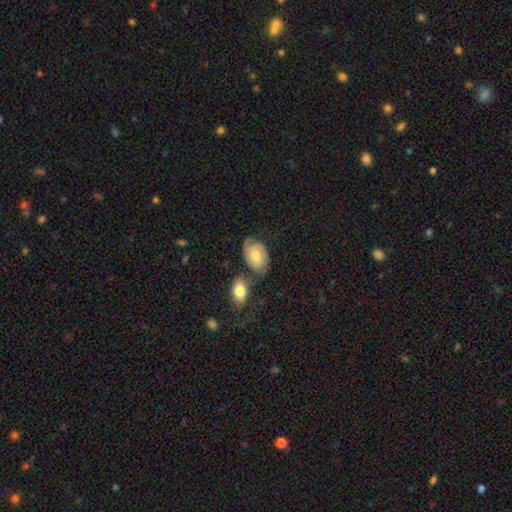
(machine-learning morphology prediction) smooth-or-featured: featured or disk: 61% | smooth: 31% | star or artifact: 7%
  disk-edge-on: no: 96% | yes: 4%
    bar: no: 69% | weak: 26% | strong: 5%
    has-spiral-arms: yes: 86% | no: 14%
      spiral-winding: tight: 54% | medium: 33% | loose: 12%
      spiral-arm-count: 2: 71% | can't tell: 16% | 1: 7% | 3: 3% | 4: 1% | more than 4: 1%
    bulge-size: moderate: 70% | small: 19% | large: 8% | none: 2% | dominant: 1%
  merging: none: 55% | minor disturbance: 21% | merger: 15% | major disturbance: 9%